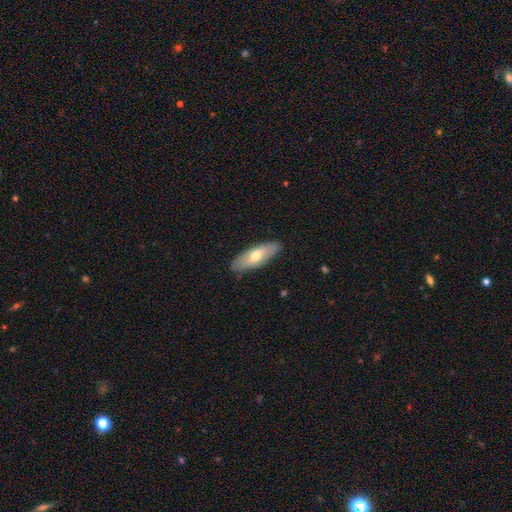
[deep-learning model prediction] Smooth or featured? smooth (62%)
How rounded? in between (66%)
Merging? none (87%)